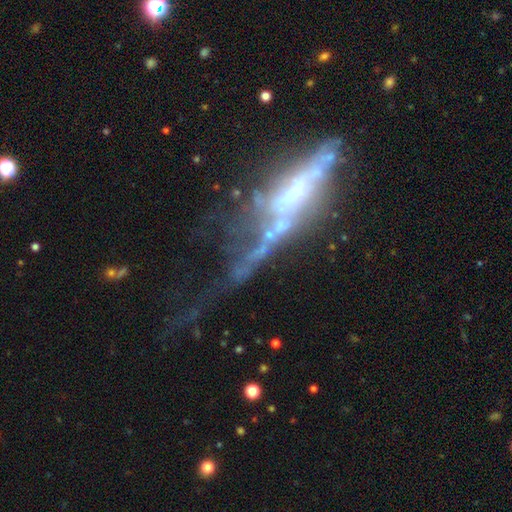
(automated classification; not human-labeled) smooth-or-featured: featured or disk: 72% | smooth: 16% | star or artifact: 11%
  disk-edge-on: yes: 59% | no: 41%
  merging: major disturbance: 43% | none: 25% | minor disturbance: 20% | merger: 12%